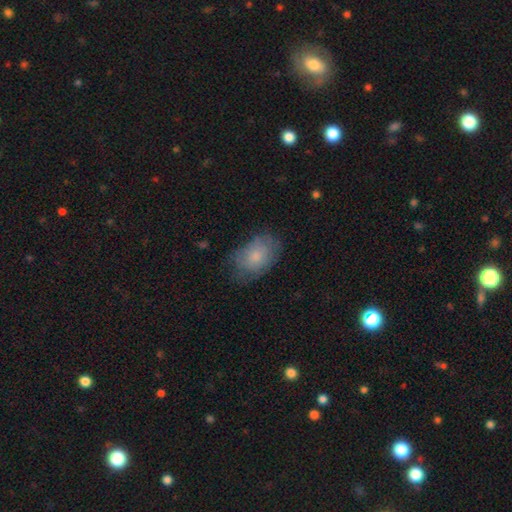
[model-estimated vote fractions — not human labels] smooth_or_featured: smooth (p=0.73) [alt: featured or disk p=0.19]
how_rounded: in between (p=0.84) [alt: round p=0.15]
merging: none (p=0.62) [alt: minor disturbance p=0.27]